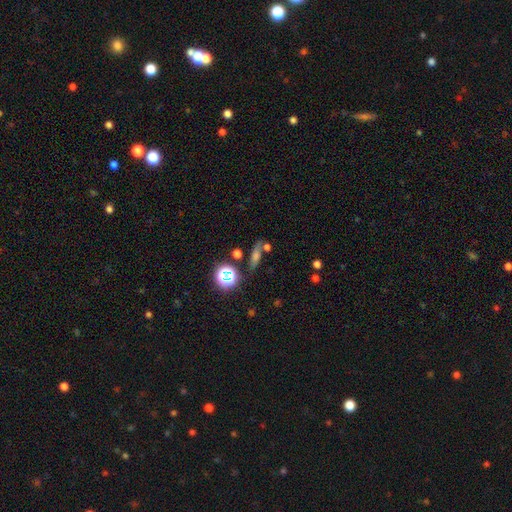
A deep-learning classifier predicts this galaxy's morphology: This is marginally a smooth galaxy (38%). Merging: likely none (67%).